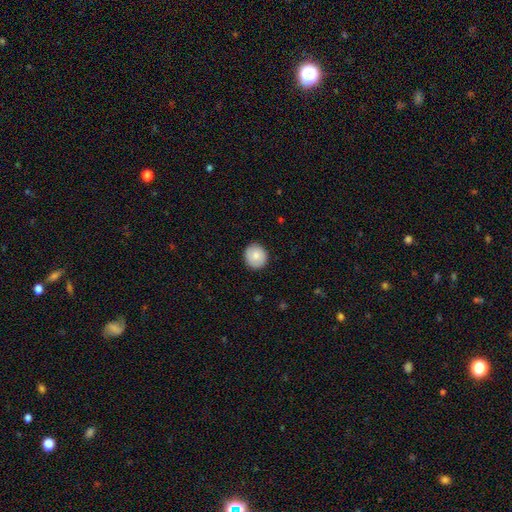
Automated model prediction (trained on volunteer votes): smooth_or_featured: smooth (p=0.81) [alt: featured or disk p=0.12]
how_rounded: round (p=0.86) [alt: in between p=0.13]
merging: none (p=0.89) [alt: minor disturbance p=0.08]